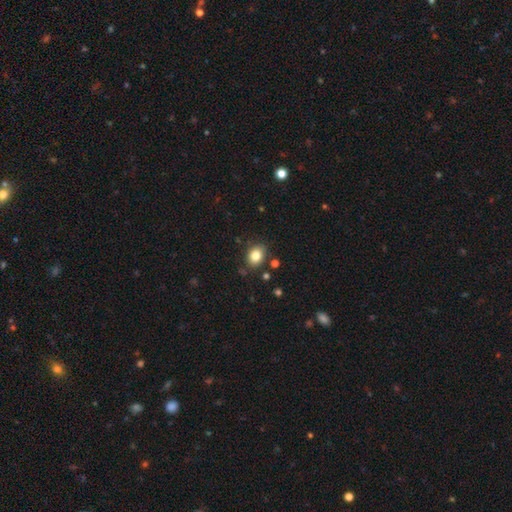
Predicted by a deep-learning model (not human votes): A smooth galaxy with no disk features (83%) that is in between round and cigar-shaped (54%).

Vote fractions:
- Smooth or featured? smooth: 83% / star or artifact: 10% / featured or disk: 7%
- How rounded? in between: 54% / round: 45% / cigar-shaped: 1%
- Merging? none: 82% / minor disturbance: 12% / merger: 3% / major disturbance: 3%